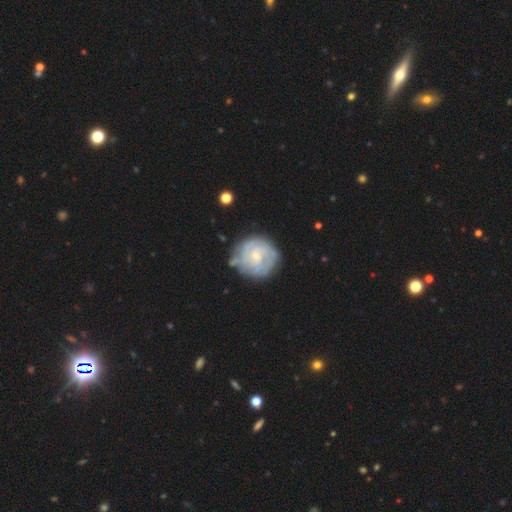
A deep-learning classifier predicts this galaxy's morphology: A featured or disk galaxy (74%) with no bar (65%), tight (68%) spiral arms (88%) and a small central bulge (68%). Merging: none (73%).